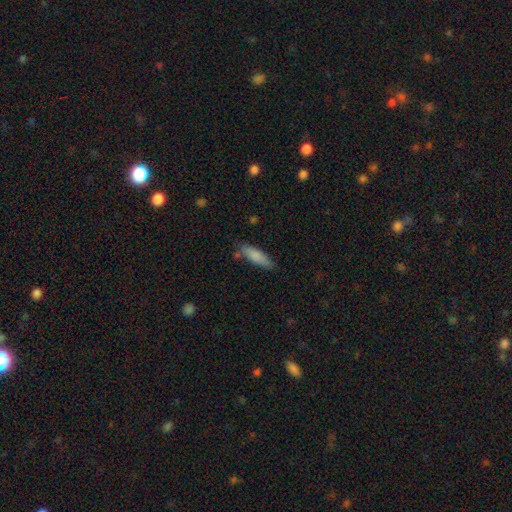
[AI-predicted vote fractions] smooth-or-featured: smooth: 85% | featured or disk: 9% | star or artifact: 6%
  how-rounded: cigar-shaped: 50% | in between: 49% | round: 2%
  merging: none: 72% | minor disturbance: 19% | merger: 5% | major disturbance: 4%